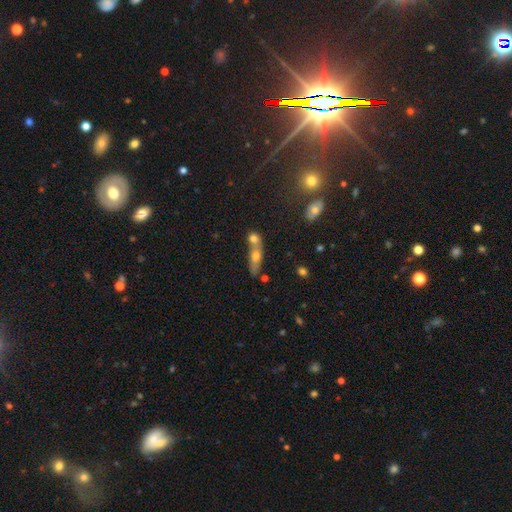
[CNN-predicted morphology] smooth 59%, featured or disk 31%, star or artifact 10%. Down the decision tree: how rounded — in between (47%); merging — merger (52%).